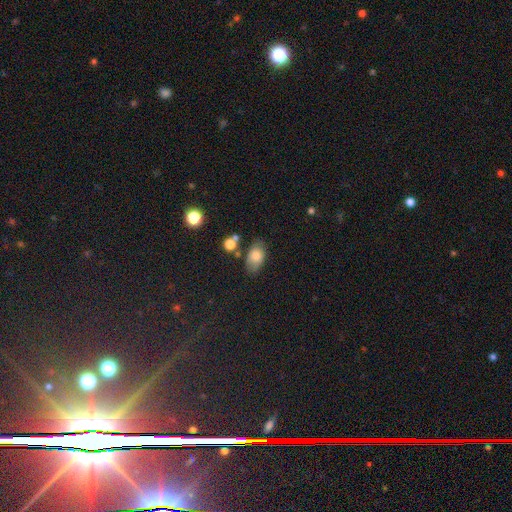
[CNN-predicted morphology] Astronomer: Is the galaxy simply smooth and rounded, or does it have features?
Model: smooth — 76%.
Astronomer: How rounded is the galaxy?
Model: in between — 88%.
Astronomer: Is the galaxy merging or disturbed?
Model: none — 67%.